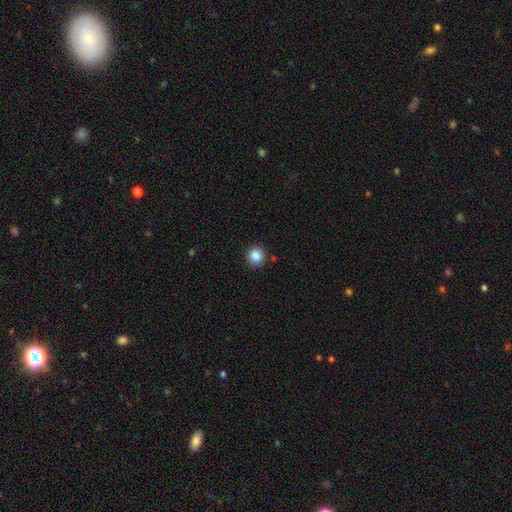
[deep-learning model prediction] smooth-or-featured: smooth: 86% | star or artifact: 10% | featured or disk: 4%
  how-rounded: round: 83% | in between: 16% | cigar-shaped: 1%
  merging: none: 89% | minor disturbance: 7% | major disturbance: 2% | merger: 2%